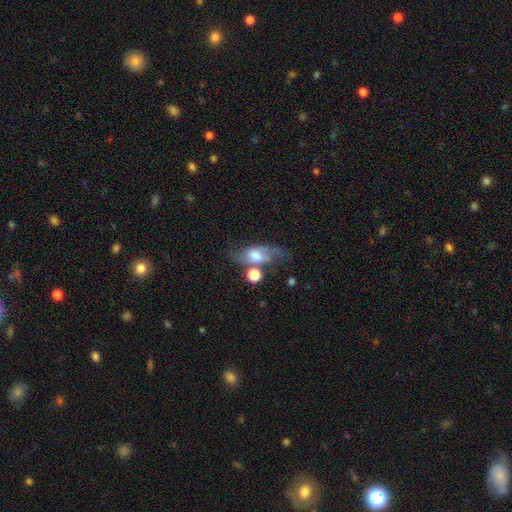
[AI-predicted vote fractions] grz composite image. It shows a smooth galaxy with no disk features (53%) that is in between round and cigar-shaped (74%). Merging: none (42%).